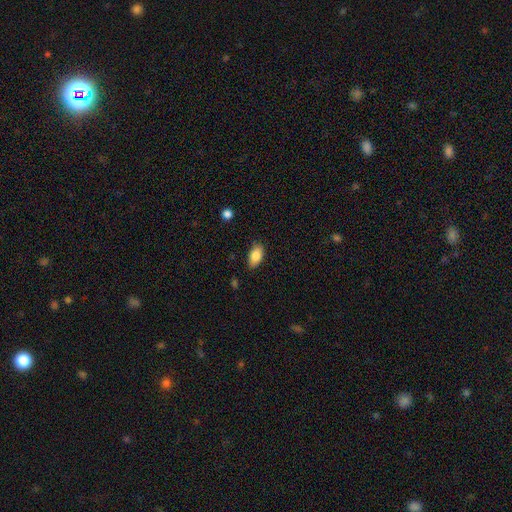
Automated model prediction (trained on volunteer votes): Overall: smooth (83%). How rounded: in between (91%). Merging: none (83%).